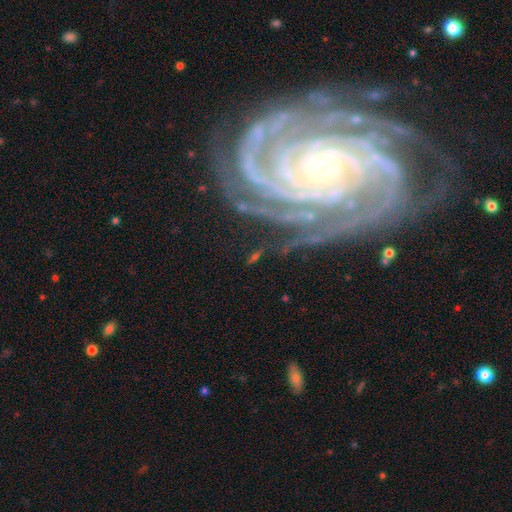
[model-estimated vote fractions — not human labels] A featured or disk galaxy (80%) with no bar (48%), 3 (22%) tight (74%) spiral arms (96%) and a small central bulge (65%). Merging: none (71%).